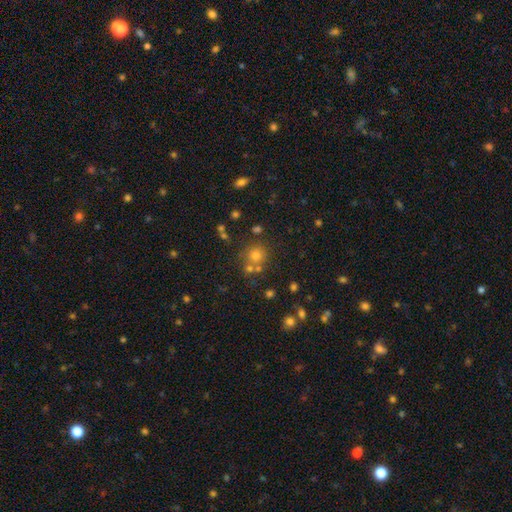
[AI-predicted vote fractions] Smooth or featured?
  - smooth: 64% *
  - star or artifact: 25%
  - featured or disk: 10%
How rounded?
  - round: 90% *
  - in between: 9%
  - cigar-shaped: 1%
Merging?
  - none: 69% *
  - merger: 19%
  - minor disturbance: 9%
  - major disturbance: 4%